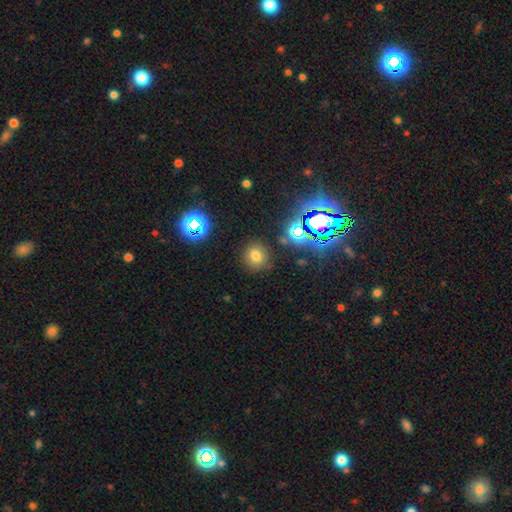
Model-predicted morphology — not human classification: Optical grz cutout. It shows a smooth galaxy with no disk features (69%) that is round (85%). Merging: none (84%).